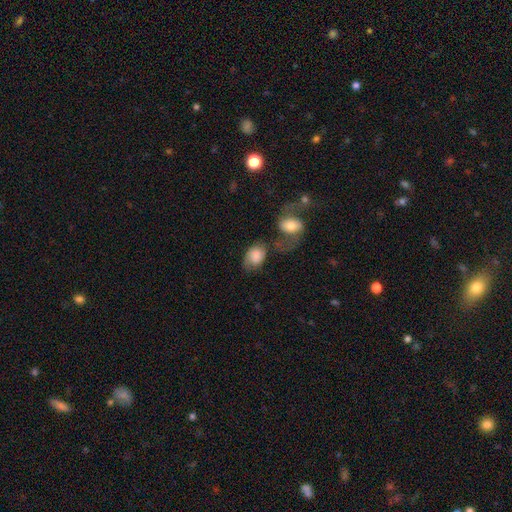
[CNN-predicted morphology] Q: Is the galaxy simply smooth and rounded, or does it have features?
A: smooth — 70%.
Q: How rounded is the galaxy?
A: in between — 73%.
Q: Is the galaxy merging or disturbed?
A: none — 38%.